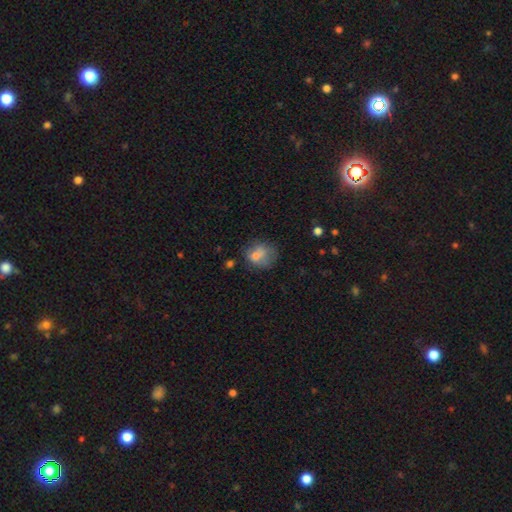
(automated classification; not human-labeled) smooth 70%, featured or disk 20%, star or artifact 11%. Down the decision tree: how rounded — round (62%); merging — none (43%).